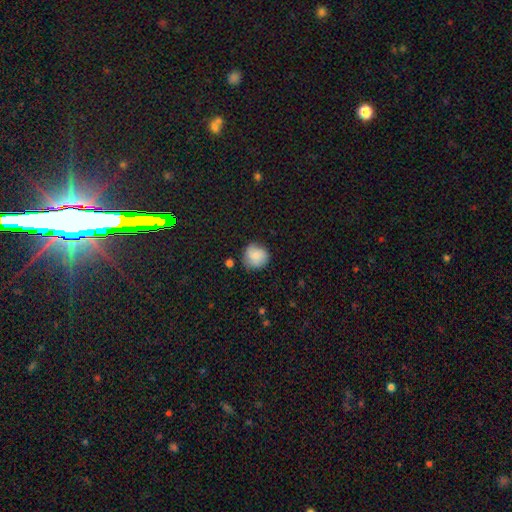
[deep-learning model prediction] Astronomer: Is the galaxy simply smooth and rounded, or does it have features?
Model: smooth — 78%.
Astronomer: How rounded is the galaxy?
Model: round — 85%.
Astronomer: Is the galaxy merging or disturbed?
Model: none — 68%.